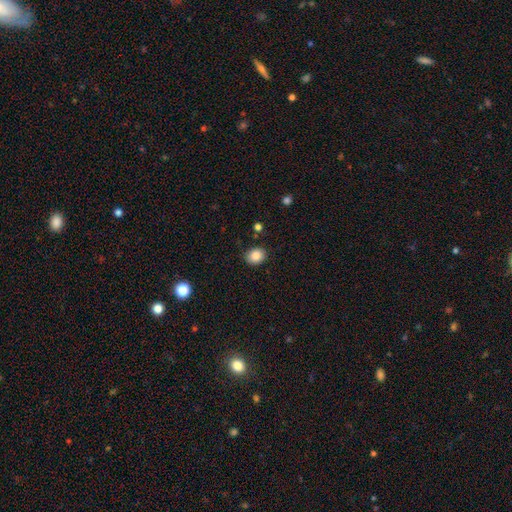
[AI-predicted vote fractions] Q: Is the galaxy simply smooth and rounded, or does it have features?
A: smooth — 86%.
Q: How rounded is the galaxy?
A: round — 58%.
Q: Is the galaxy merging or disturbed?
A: none — 87%.